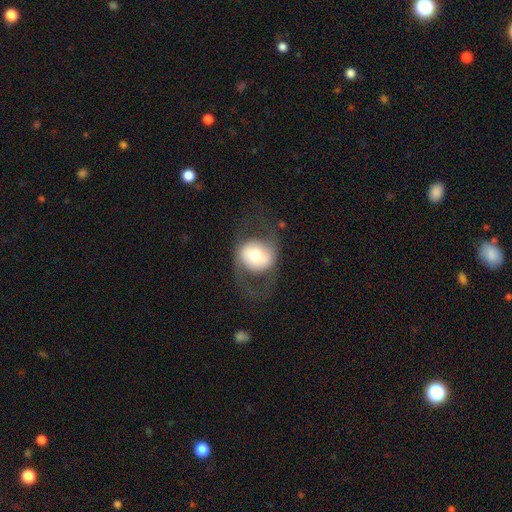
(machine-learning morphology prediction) smooth-or-featured: featured or disk: 50% | smooth: 43% | star or artifact: 7%
  merging: none: 61% | major disturbance: 22% | minor disturbance: 15% | merger: 2%